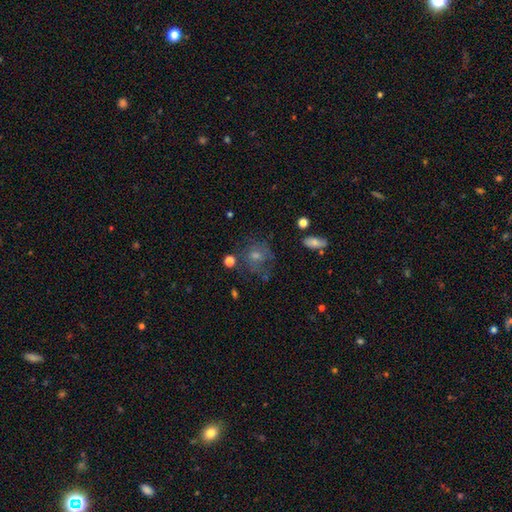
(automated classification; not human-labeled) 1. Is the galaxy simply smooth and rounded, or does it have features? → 39% featured or disk, 36% smooth, 25% star or artifact.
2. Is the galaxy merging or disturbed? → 65% none, 18% minor disturbance, 13% major disturbance, 4% merger.